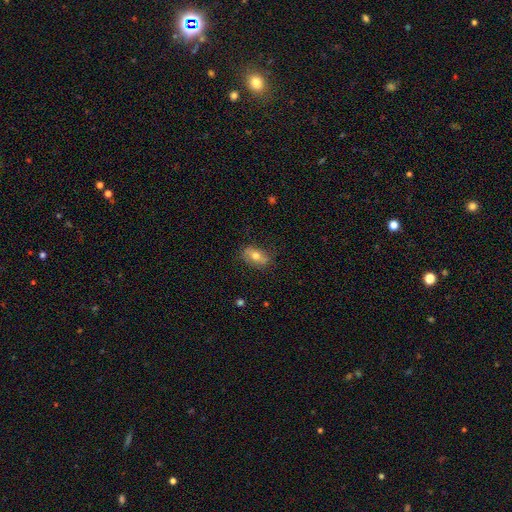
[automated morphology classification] smooth_or_featured: smooth (p=0.59) [alt: featured or disk p=0.33]
how_rounded: in between (p=0.84) [alt: round p=0.11]
merging: none (p=0.76) [alt: minor disturbance p=0.18]